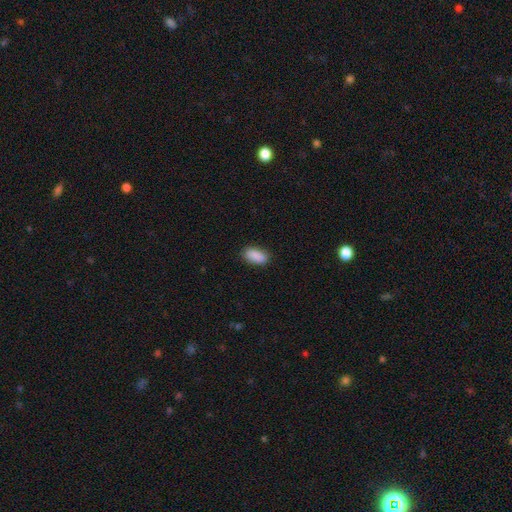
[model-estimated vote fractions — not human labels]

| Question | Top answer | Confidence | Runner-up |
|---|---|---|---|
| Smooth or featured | smooth | 90% | star or artifact (7%) |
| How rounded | in between | 90% | cigar-shaped (7%) |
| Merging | none | 86% | minor disturbance (11%) |